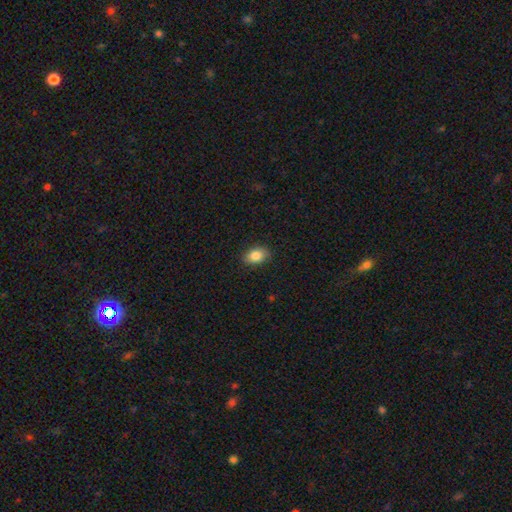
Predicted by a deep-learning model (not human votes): smooth-or-featured: smooth: 85% | star or artifact: 8% | featured or disk: 7%
  how-rounded: in between: 84% | round: 15% | cigar-shaped: 1%
  merging: none: 87% | minor disturbance: 10% | major disturbance: 2% | merger: 1%